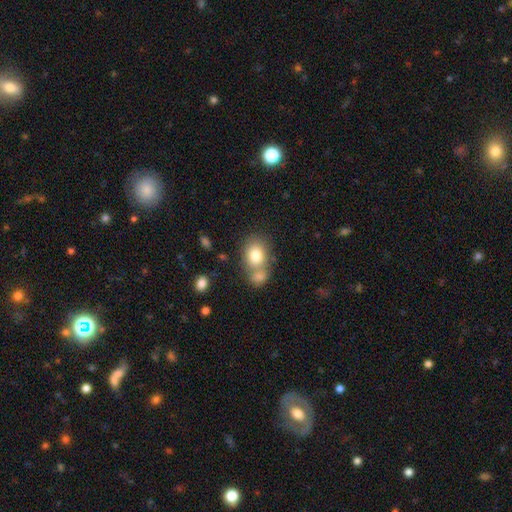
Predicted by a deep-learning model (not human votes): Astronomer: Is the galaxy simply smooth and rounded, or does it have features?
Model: smooth — 78%.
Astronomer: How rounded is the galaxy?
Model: in between — 54% (runner-up: round, 45%).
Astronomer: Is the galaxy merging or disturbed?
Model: none — 45% (runner-up: merger, 39%).